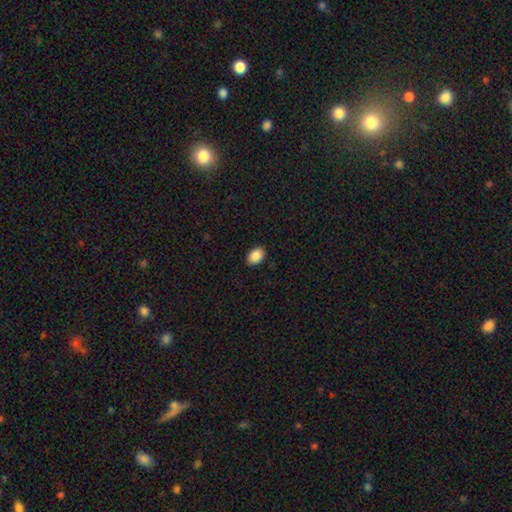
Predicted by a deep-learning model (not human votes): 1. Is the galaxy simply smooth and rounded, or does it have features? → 90% smooth, 7% star or artifact, 3% featured or disk.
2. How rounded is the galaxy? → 83% in between, 16% round, 1% cigar-shaped.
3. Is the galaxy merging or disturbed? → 89% none, 8% minor disturbance, 2% major disturbance, 1% merger.